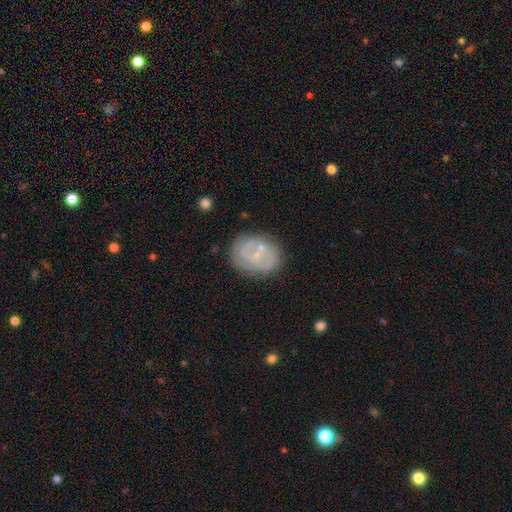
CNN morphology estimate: Smooth or featured: featured or disk — 65% (smooth — 27%)
Edge-on disk: no — 97% (yes — 3%)
Bar: no — 55% (weak — 36%)
Spiral arms: yes — 70% (no — 30%)
Bulge size: small — 72% (moderate — 15%)
Merging: none — 72% (minor disturbance — 17%)